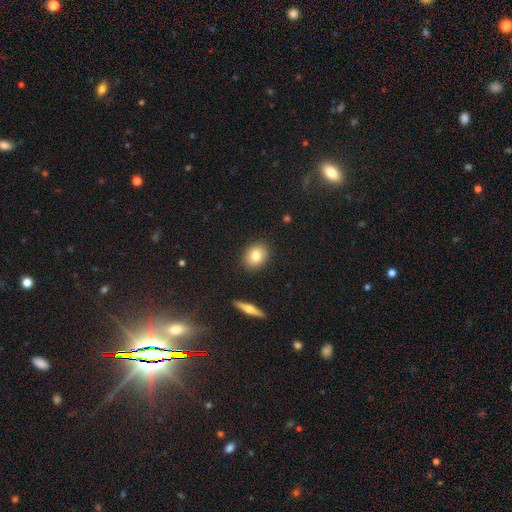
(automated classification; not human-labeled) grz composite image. It shows a smooth galaxy with no disk features (79%) that is round (55%). Merging: none (89%).